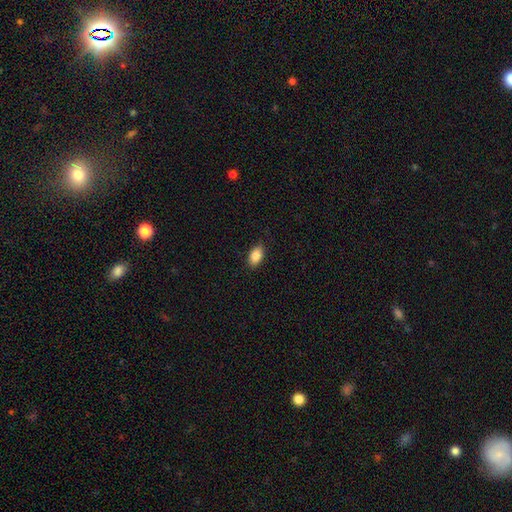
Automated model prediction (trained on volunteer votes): Smooth or featured: smooth — 88% (star or artifact — 7%)
How rounded: in between — 91% (round — 7%)
Merging: none — 87% (minor disturbance — 10%)